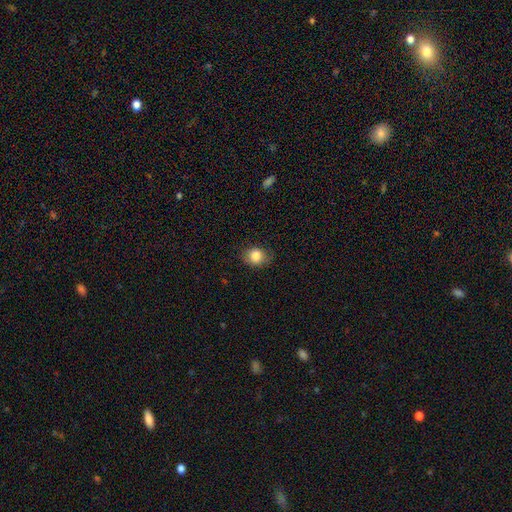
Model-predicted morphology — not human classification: A smooth galaxy with no disk features (83%) that is round (57%).

Vote fractions:
- Smooth or featured? smooth: 83% / star or artifact: 9% / featured or disk: 7%
- How rounded? round: 57% / in between: 42% / cigar-shaped: 1%
- Merging? none: 76% / minor disturbance: 19% / major disturbance: 4% / merger: 1%